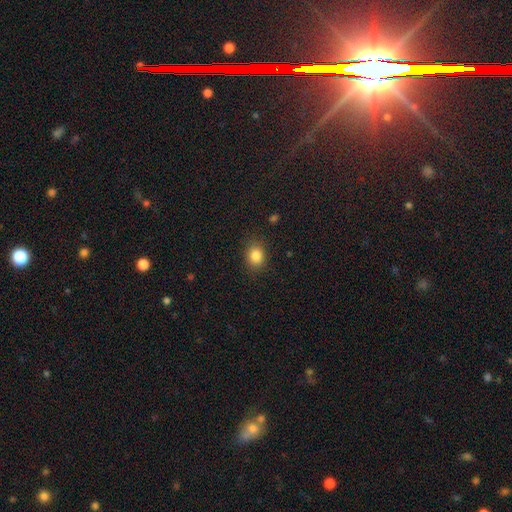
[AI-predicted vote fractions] smooth-or-featured: smooth: 85% | star or artifact: 10% | featured or disk: 5%
  how-rounded: round: 50% | in between: 48% | cigar-shaped: 1%
  merging: none: 85% | minor disturbance: 10% | major disturbance: 3% | merger: 1%